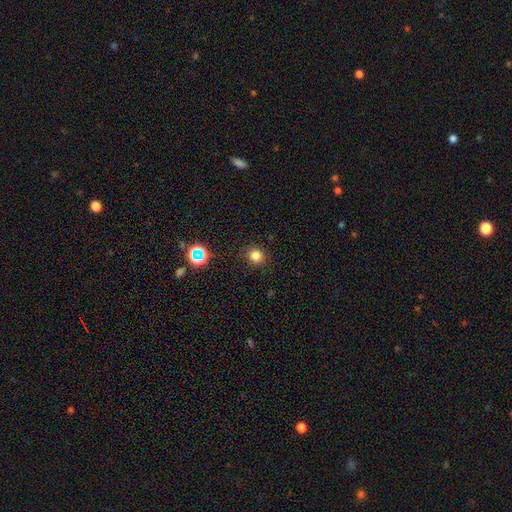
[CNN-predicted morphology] Smooth or featured: smooth — 79% (star or artifact — 16%)
How rounded: round — 86% (in between — 13%)
Merging: none — 88% (minor disturbance — 8%)